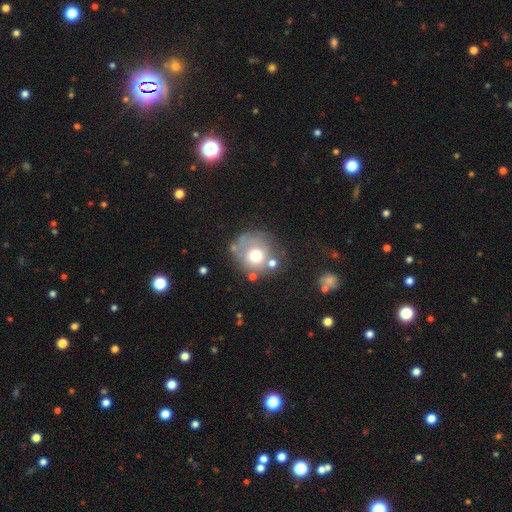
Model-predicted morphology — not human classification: Q: Smooth or featured?
A: smooth (59%); runner-up: featured or disk (28%)
Q: How rounded?
A: round (88%); runner-up: in between (11%)
Q: Merging?
A: none (60%); runner-up: minor disturbance (18%)